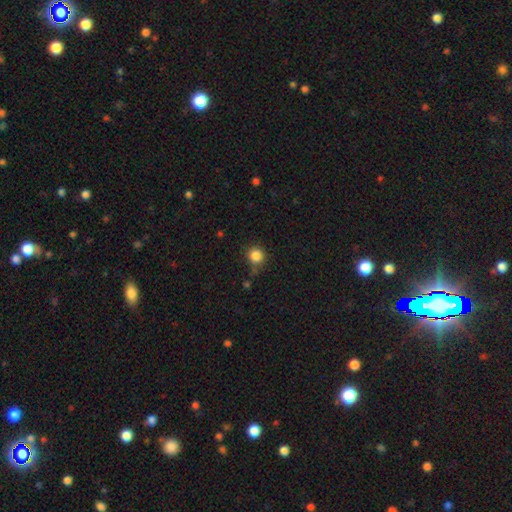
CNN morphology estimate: Q: Smooth or featured?
A: smooth (85%); runner-up: star or artifact (11%)
Q: How rounded?
A: round (92%); runner-up: in between (7%)
Q: Merging?
A: none (79%); runner-up: minor disturbance (13%)